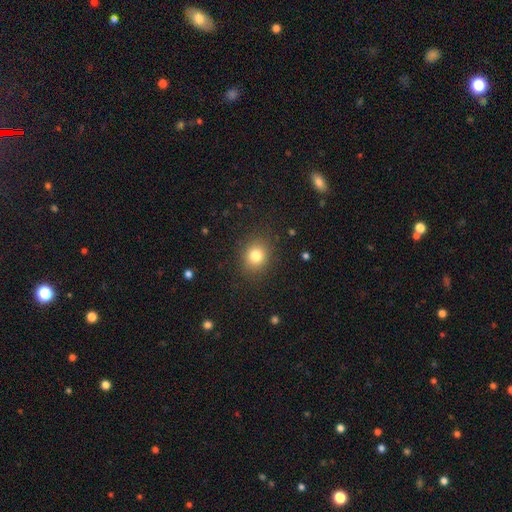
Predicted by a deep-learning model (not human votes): smooth 80%, star or artifact 13%, featured or disk 7%. Down the decision tree: how rounded — round (75%); merging — none (88%).